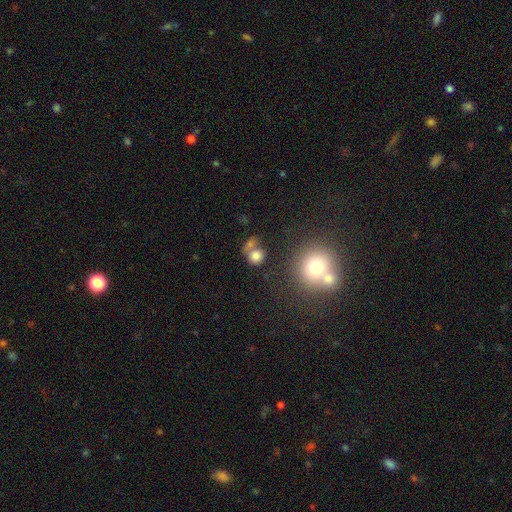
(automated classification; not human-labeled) Smooth or featured? Predicted: smooth (p=0.78). How rounded? Predicted: round (p=0.80). Merging? Predicted: none (p=0.45).